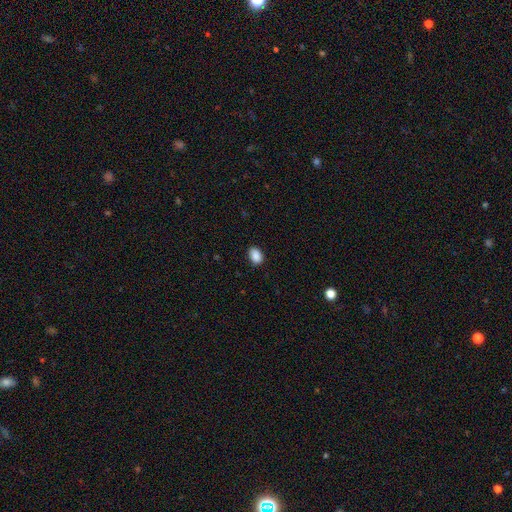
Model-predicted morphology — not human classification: This appears to be a smooth galaxy with no disk features (89%) that is in between round and cigar-shaped (81%). Merging: none (87%).